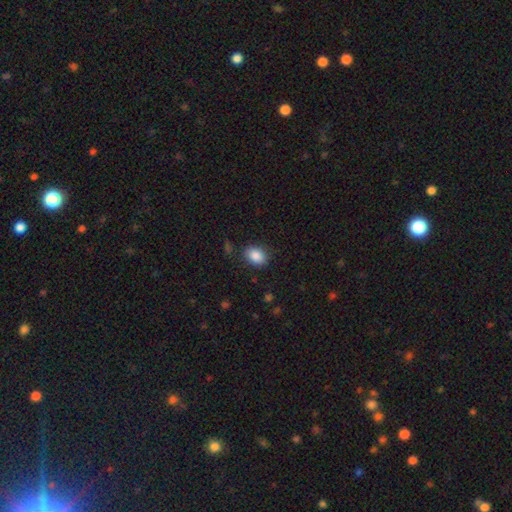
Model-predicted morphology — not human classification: A smooth galaxy with no disk features (88%) that is in between round and cigar-shaped (73%). Merging: none (84%).